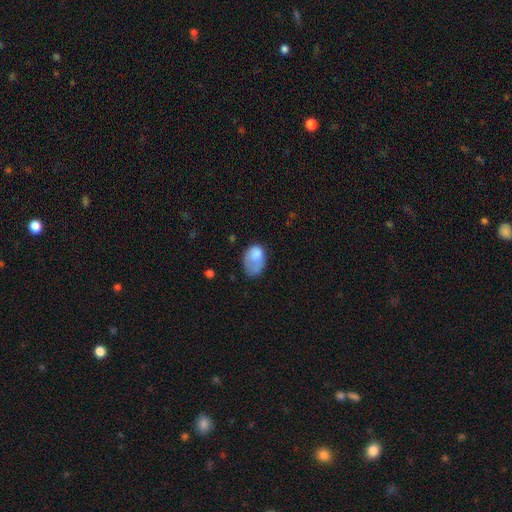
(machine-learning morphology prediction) Smooth or featured? smooth (74%)
How rounded? in between (80%)
Merging? none (34%)